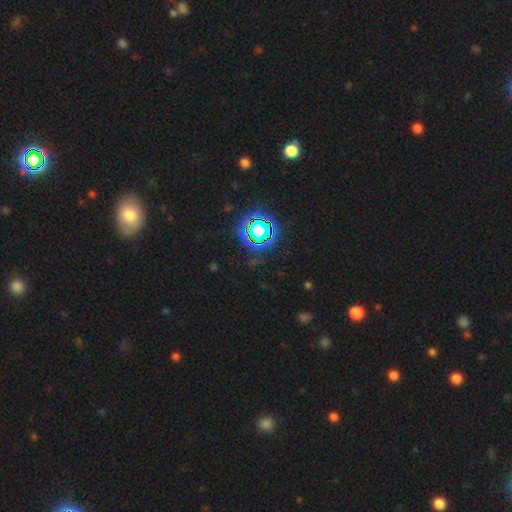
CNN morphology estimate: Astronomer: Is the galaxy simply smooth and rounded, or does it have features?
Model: star or artifact — 78%.